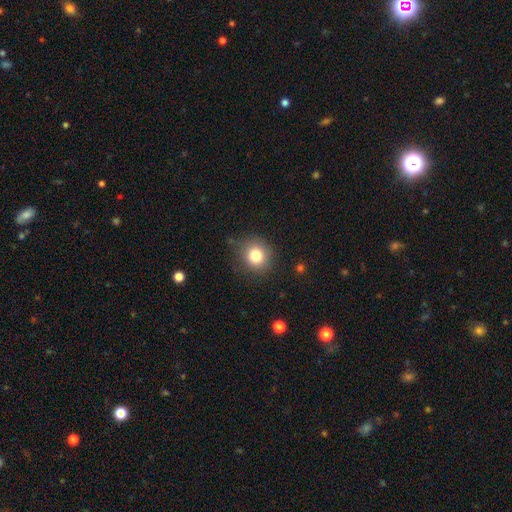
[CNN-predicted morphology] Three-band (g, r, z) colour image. It shows a smooth galaxy with no disk features (81%) that is round (87%). Merging: none (82%).